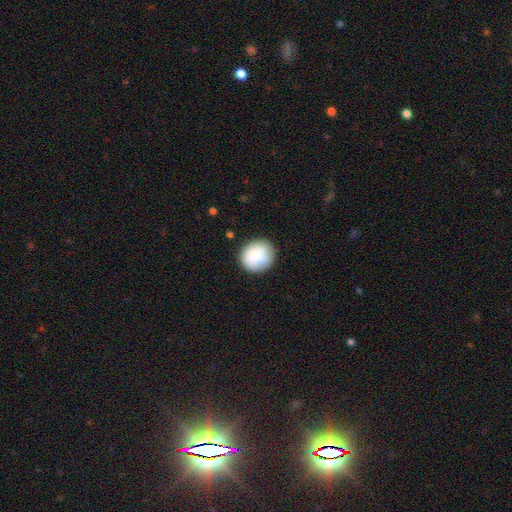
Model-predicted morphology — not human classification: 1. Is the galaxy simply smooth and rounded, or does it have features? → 87% smooth, 7% star or artifact, 6% featured or disk.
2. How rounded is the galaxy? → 83% round, 16% in between, 1% cigar-shaped.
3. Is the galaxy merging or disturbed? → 84% none, 11% minor disturbance, 3% major disturbance, 1% merger.